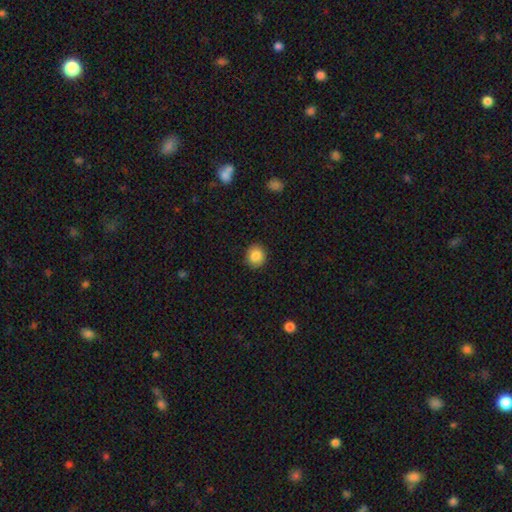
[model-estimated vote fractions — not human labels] Smooth or featured? smooth (87%)
How rounded? round (86%)
Merging? none (91%)